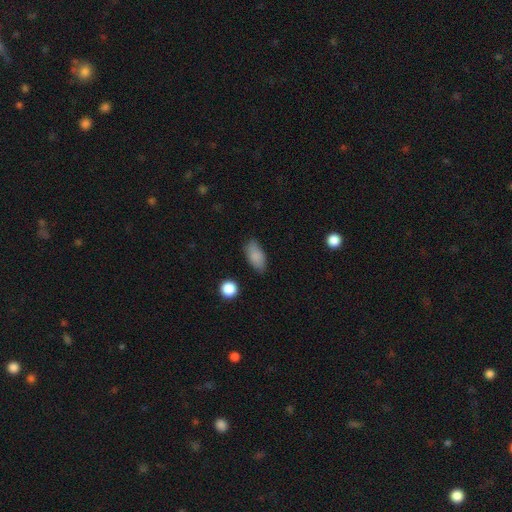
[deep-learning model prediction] Smooth or featured?
  - smooth: 85% *
  - star or artifact: 8%
  - featured or disk: 7%
How rounded?
  - in between: 90% *
  - cigar-shaped: 6%
  - round: 4%
Merging?
  - none: 78% *
  - minor disturbance: 16%
  - major disturbance: 4%
  - merger: 2%